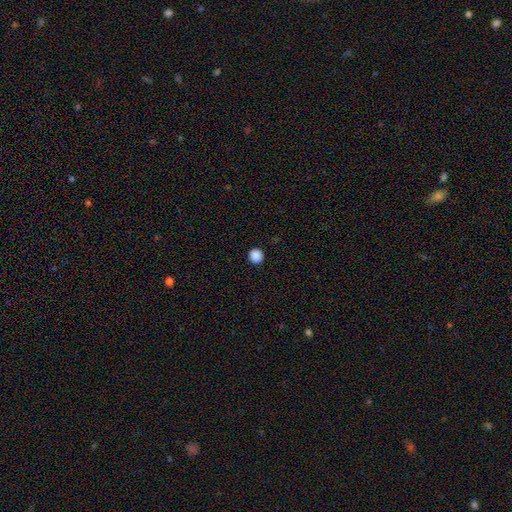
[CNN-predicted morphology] Q: Smooth or featured?
A: smooth (88%); runner-up: star or artifact (10%)
Q: How rounded?
A: round (94%); runner-up: in between (5%)
Q: Merging?
A: none (93%); runner-up: minor disturbance (4%)